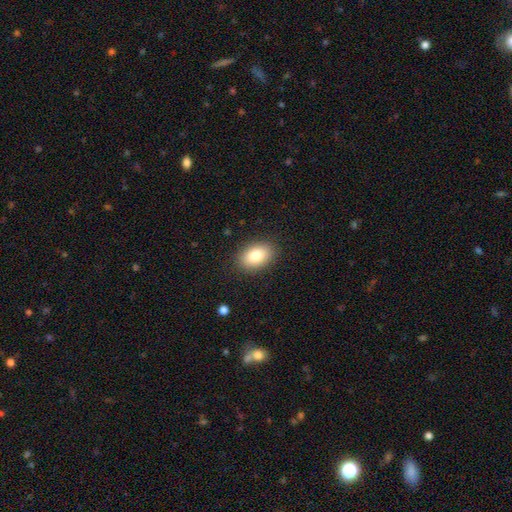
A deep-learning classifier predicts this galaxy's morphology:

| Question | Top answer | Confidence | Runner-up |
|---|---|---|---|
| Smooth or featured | smooth | 84% | featured or disk (9%) |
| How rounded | in between | 85% | round (13%) |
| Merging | none | 87% | minor disturbance (9%) |